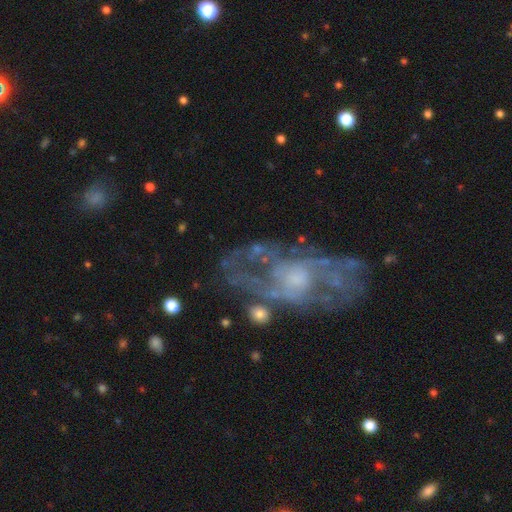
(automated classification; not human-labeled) Smooth or featured: featured or disk — 79% (smooth — 12%)
Edge-on disk: no — 92% (yes — 8%)
Bar: no — 71% (weak — 24%)
Spiral arms: yes — 72% (no — 28%)
Spiral winding: medium — 42% (tight — 34%)
Spiral arm count: can't tell — 45% (2 — 32%)
Bulge size: small — 41% (moderate — 38%)
Merging: none — 64% (minor disturbance — 18%)